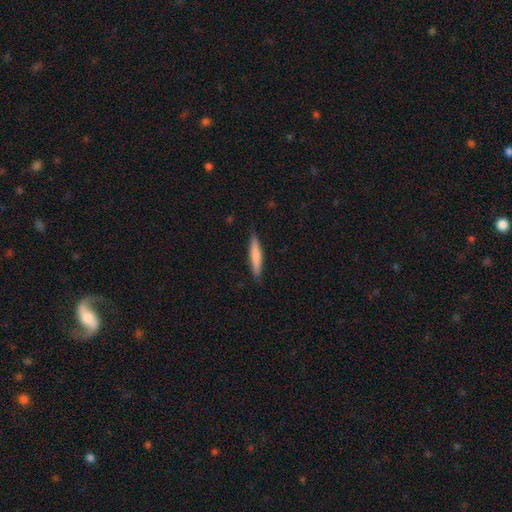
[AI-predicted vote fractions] A smooth galaxy with no disk features (73%) that is cigar-shaped (91%). Merging: none (87%).